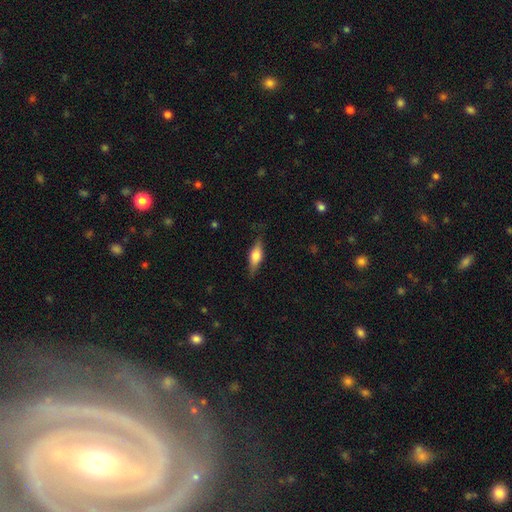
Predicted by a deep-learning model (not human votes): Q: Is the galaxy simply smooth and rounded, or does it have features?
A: smooth — 52%.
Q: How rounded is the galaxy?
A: in between — 55%.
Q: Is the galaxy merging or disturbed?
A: none — 80%.